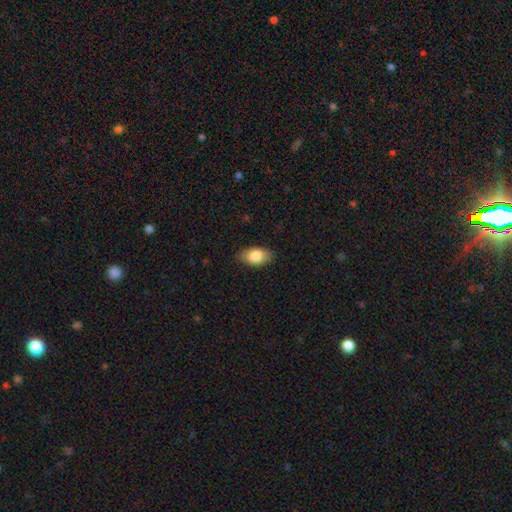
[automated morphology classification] This appears to be a smooth galaxy with no disk features (83%) that is in between round and cigar-shaped (91%). Merging: none (85%).